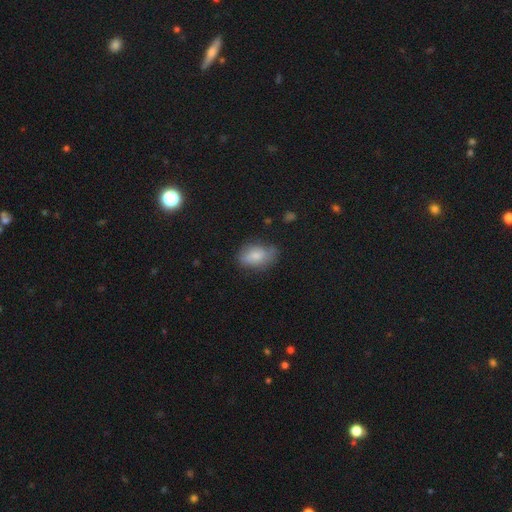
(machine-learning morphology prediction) Smooth or featured?
  - smooth: 71% *
  - featured or disk: 22%
  - star or artifact: 8%
How rounded?
  - in between: 84% *
  - round: 15%
  - cigar-shaped: 2%
Merging?
  - none: 58% *
  - minor disturbance: 31%
  - major disturbance: 9%
  - merger: 2%